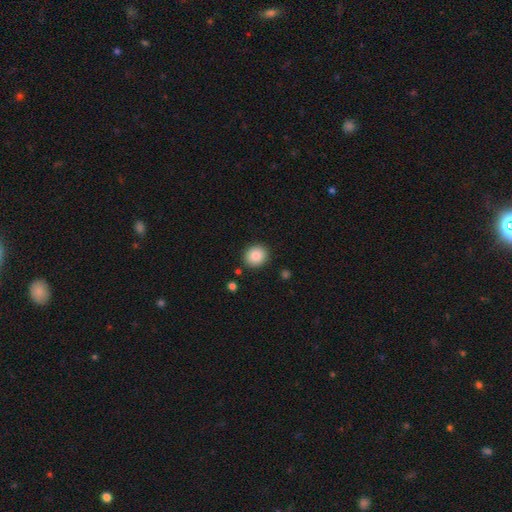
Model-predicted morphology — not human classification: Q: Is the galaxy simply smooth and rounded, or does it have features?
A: smooth — 86%.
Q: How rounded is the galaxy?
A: round — 83%.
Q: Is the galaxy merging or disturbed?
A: none — 89%.